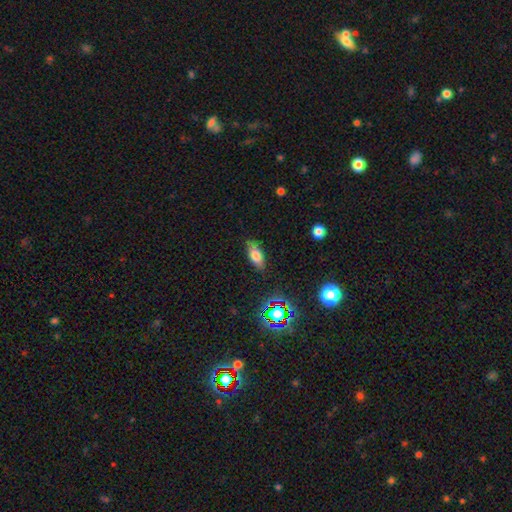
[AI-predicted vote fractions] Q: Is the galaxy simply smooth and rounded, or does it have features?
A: smooth — 75%.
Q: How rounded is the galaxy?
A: in between — 80%.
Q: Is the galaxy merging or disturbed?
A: none — 83%.